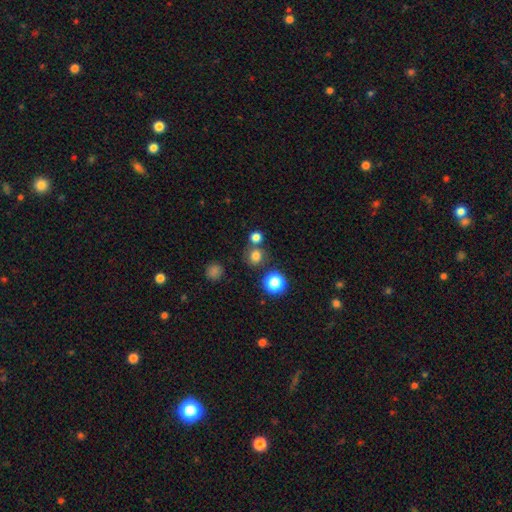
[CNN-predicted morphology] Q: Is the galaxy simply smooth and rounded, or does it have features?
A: smooth — 75%.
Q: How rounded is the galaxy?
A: round — 86%.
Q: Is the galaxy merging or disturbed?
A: none — 69%.